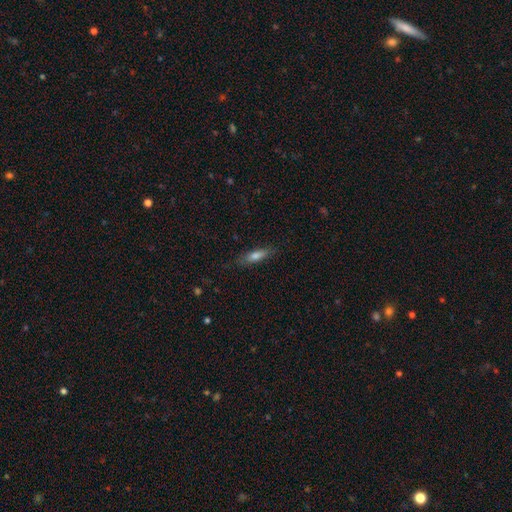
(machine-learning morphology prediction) A smooth galaxy with no disk features (71%) that is cigar-shaped (61%).

Vote fractions:
- Smooth or featured? smooth: 71% / featured or disk: 22% / star or artifact: 7%
- How rounded? cigar-shaped: 61% / in between: 37% / round: 2%
- Merging? none: 79% / minor disturbance: 16% / major disturbance: 4% / merger: 1%